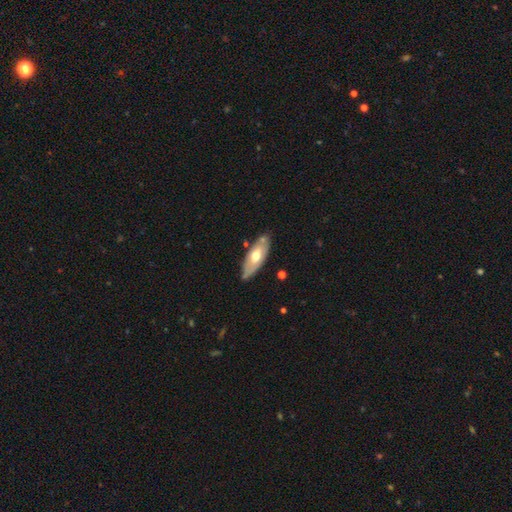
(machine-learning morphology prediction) Overall: featured or disk (52%; smooth 42%). Edge-on disk: no (71%). Merging: none (75%).